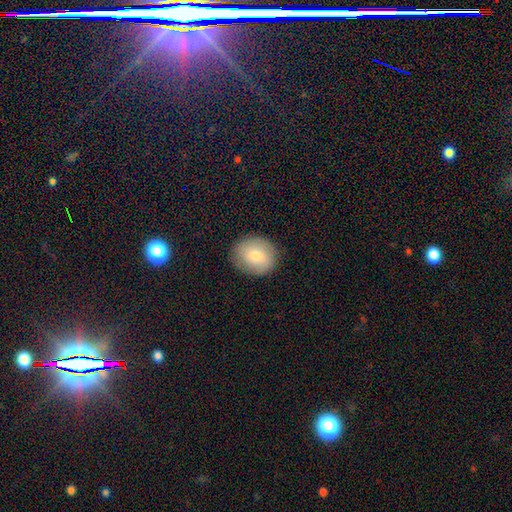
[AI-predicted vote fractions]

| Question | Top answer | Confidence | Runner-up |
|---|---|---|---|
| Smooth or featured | smooth | 73% | featured or disk (19%) |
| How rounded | round | 64% | in between (35%) |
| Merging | none | 86% | minor disturbance (10%) |